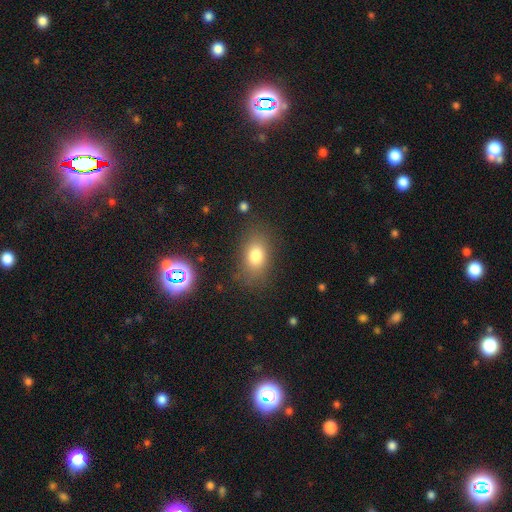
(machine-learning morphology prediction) smooth-or-featured: smooth: 78% | star or artifact: 12% | featured or disk: 11%
  how-rounded: in between: 81% | round: 17% | cigar-shaped: 2%
  merging: none: 79% | minor disturbance: 13% | major disturbance: 6% | merger: 2%